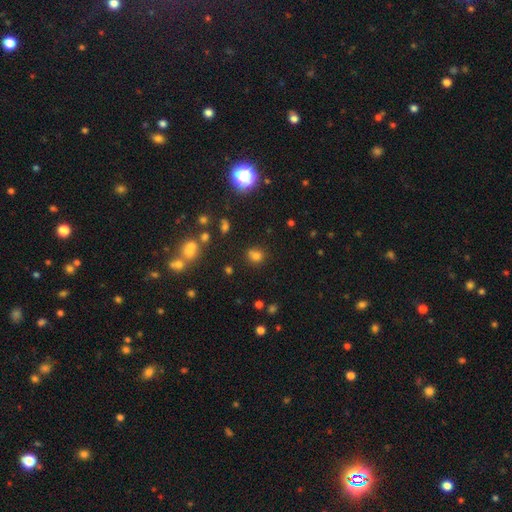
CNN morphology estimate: smooth_or_featured: smooth (p=0.70) [alt: star or artifact p=0.22]
how_rounded: round (p=0.78) [alt: in between p=0.21]
merging: none (p=0.68) [alt: merger p=0.15]